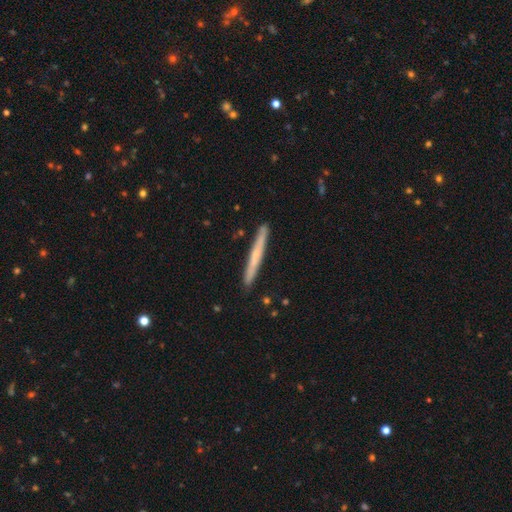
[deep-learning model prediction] A smooth galaxy with no disk features (49%).

Vote fractions:
- Smooth or featured? smooth: 49% / featured or disk: 45% / star or artifact: 6%
- Merging? none: 91% / minor disturbance: 7% / merger: 1% / major disturbance: 1%